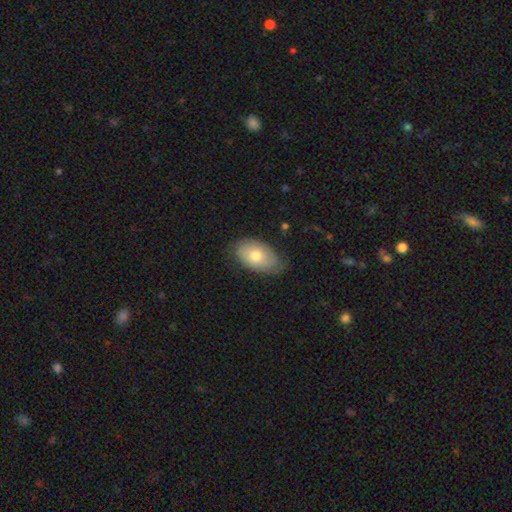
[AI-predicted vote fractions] Smooth or featured? smooth (60%)
How rounded? in between (92%)
Merging? none (65%)